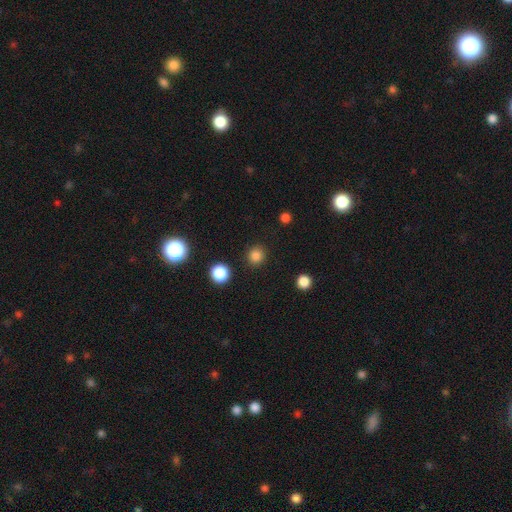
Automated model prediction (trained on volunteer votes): Overall: smooth (83%). How rounded: round (92%). Merging: none (90%).